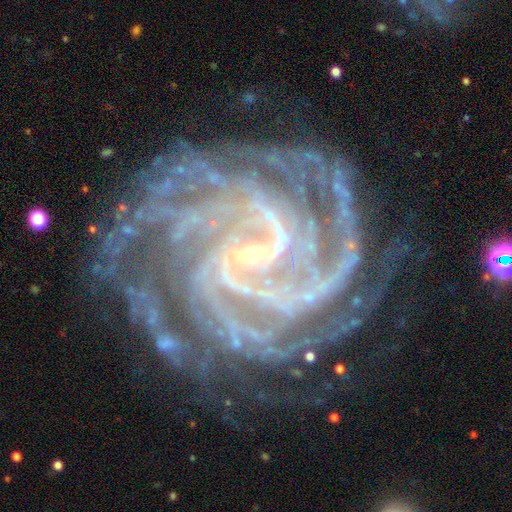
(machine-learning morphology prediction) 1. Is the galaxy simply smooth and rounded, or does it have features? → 93% featured or disk, 5% star or artifact, 2% smooth.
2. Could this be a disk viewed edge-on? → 98% no, 2% yes.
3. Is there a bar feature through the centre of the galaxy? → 42% weak, 31% strong, 28% no.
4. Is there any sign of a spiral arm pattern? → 99% yes, 1% no.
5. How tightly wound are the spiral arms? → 73% tight, 24% medium, 3% loose.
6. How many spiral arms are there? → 28% 4, 23% more than 4, 15% 3, 13% can't tell, 11% 2, 9% 1.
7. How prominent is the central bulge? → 84% small, 9% moderate, 4% none, 1% large, 1% dominant.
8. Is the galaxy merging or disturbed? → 76% none, 15% minor disturbance, 7% major disturbance, 2% merger.